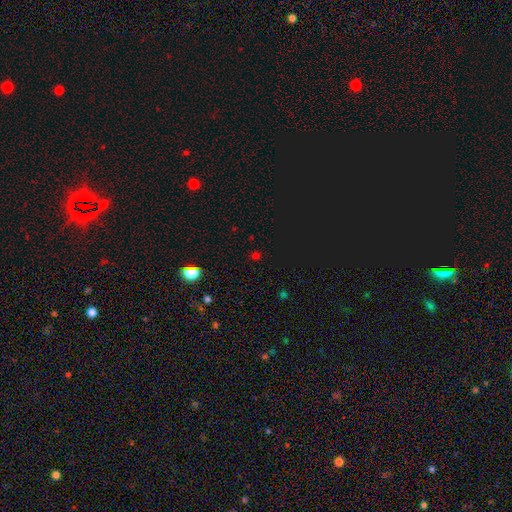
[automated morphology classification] star or artifact 57%, smooth 37%, featured or disk 6%.